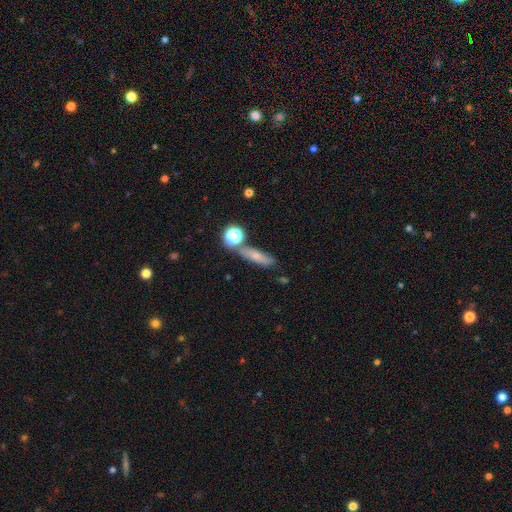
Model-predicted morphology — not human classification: Overall: smooth (60%; featured or disk 25%). How rounded: cigar-shaped (53%; in between 37%). Merging: none (68%).